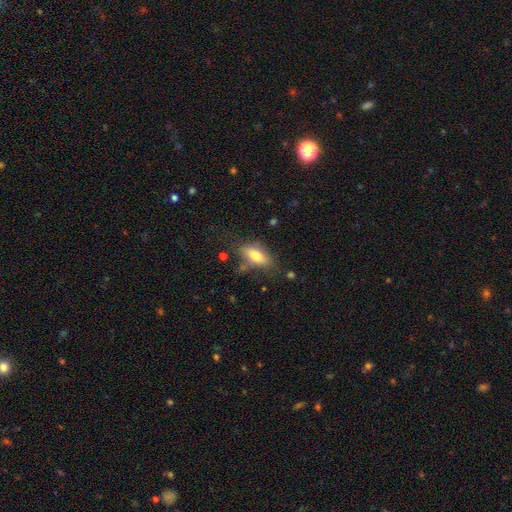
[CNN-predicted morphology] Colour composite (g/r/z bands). It shows a smooth galaxy with no disk features (74%) that is in between round and cigar-shaped (83%). Merging: none (68%).